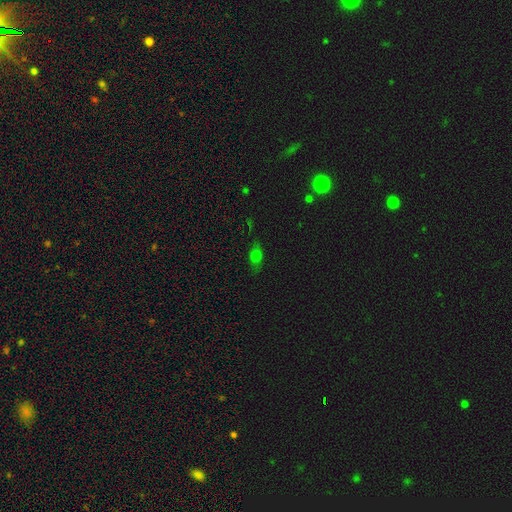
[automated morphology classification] Smooth or featured: smooth — 61% (star or artifact — 23%)
How rounded: in between — 69% (round — 19%)
Merging: none — 74% (minor disturbance — 18%)